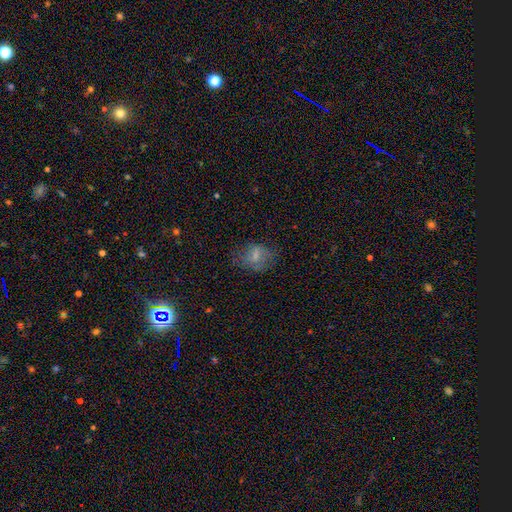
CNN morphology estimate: This is likely a smooth galaxy (63%). How rounded: likely in between (61%). Merging: possibly none (58%).